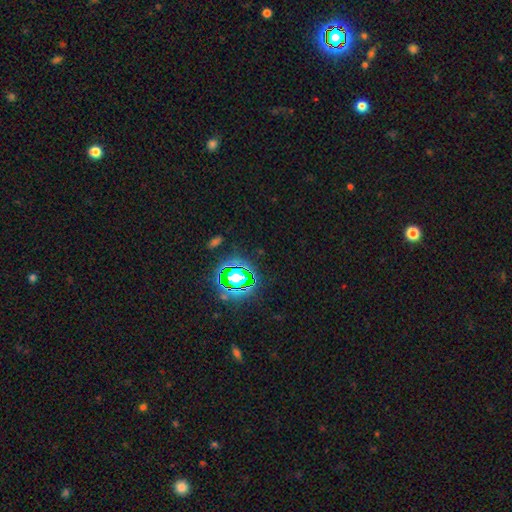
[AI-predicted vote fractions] Smooth or featured: star or artifact — 77% (smooth — 14%)